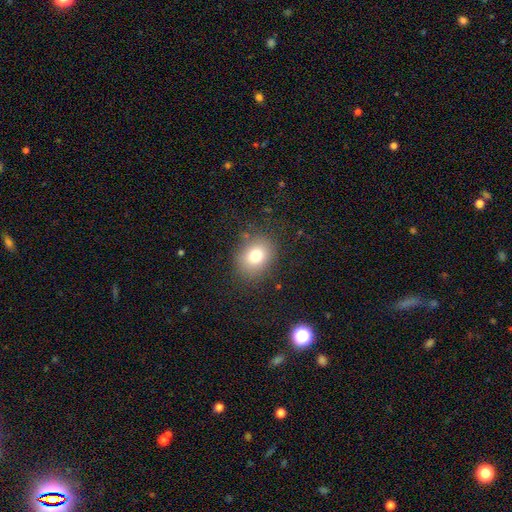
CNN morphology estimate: The model was most divided on "how rounded": round: 54%, in between: 45%, cigar-shaped: 1%. More confident: merging — none (82%); smooth or featured — smooth (77%).